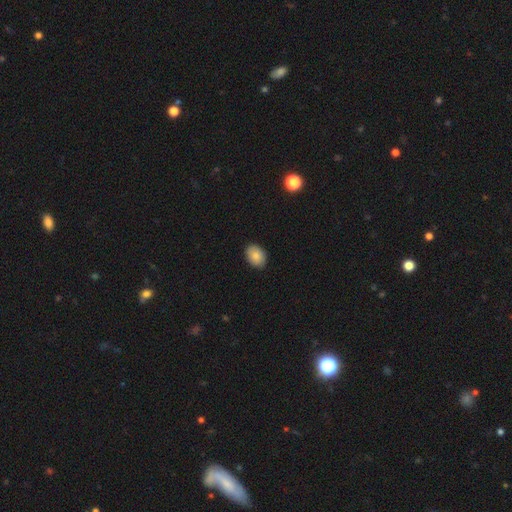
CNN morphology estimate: Smooth or featured?
  - smooth: 82% *
  - featured or disk: 10%
  - star or artifact: 8%
How rounded?
  - in between: 69% *
  - round: 30%
  - cigar-shaped: 1%
Merging?
  - none: 87% *
  - minor disturbance: 10%
  - major disturbance: 2%
  - merger: 1%